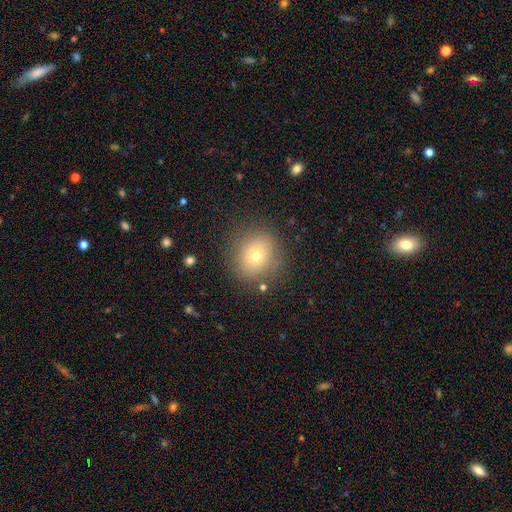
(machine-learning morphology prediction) smooth_or_featured: smooth (p=0.72) [alt: star or artifact p=0.15]
how_rounded: round (p=0.89) [alt: in between p=0.10]
merging: none (p=0.85) [alt: minor disturbance p=0.09]